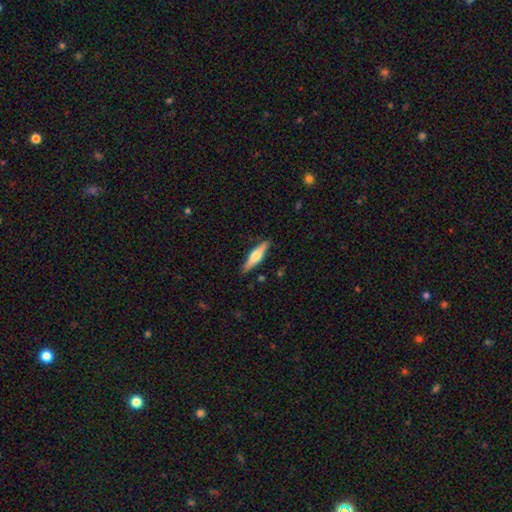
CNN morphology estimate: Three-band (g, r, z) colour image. It shows a featured or disk galaxy (54%) viewed edge-on (96%) with a rounded central bulge (89%). Merging: none (88%).